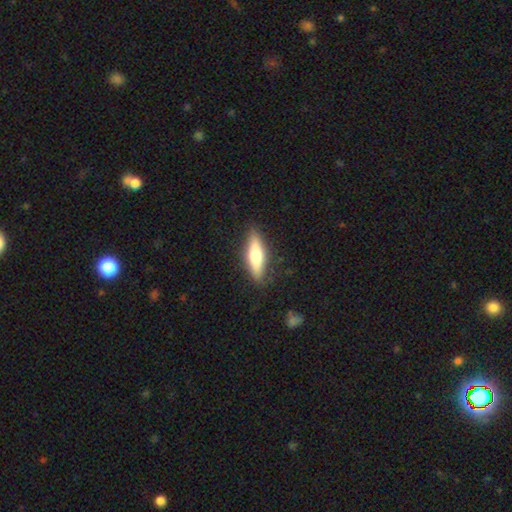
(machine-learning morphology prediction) Smooth or featured? smooth (60%)
How rounded? cigar-shaped (64%)
Merging? none (86%)